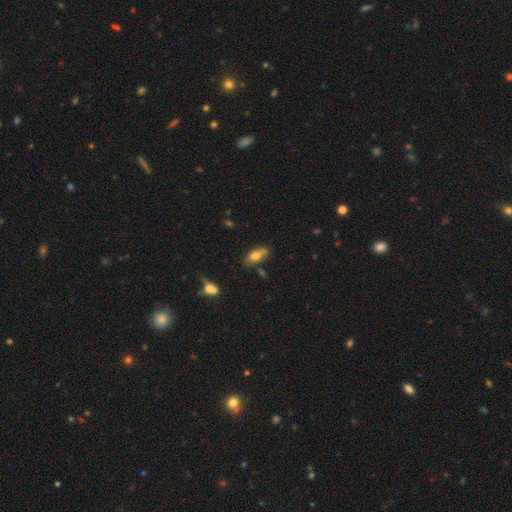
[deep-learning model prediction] The model was most divided on "merging": none: 60%, minor disturbance: 24%, merger: 10%, major disturbance: 6%. More confident: how rounded — in between (85%); smooth or featured — smooth (71%).